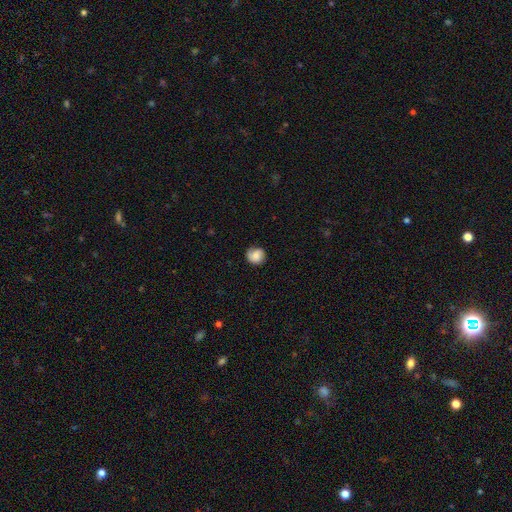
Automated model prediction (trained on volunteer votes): smooth 66%, featured or disk 25%, star or artifact 8%. Down the decision tree: how rounded — round (86%); merging — none (74%).